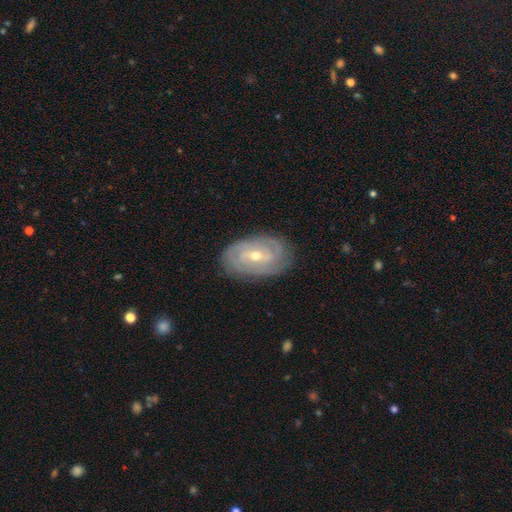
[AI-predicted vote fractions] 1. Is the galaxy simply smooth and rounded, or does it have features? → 86% featured or disk, 9% smooth, 5% star or artifact.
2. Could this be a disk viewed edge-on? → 96% no, 4% yes.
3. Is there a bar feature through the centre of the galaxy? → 49% weak, 30% no, 21% strong.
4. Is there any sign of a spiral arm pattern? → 95% yes, 5% no.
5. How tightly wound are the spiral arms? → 73% tight, 22% medium, 5% loose.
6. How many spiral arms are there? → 28% 2, 26% can't tell, 26% 3, 11% 4, 5% more than 4, 5% 1.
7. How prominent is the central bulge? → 52% moderate, 45% small, 1% large, 1% none, 1% dominant.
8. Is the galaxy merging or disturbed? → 83% none, 13% minor disturbance, 3% major disturbance, 1% merger.